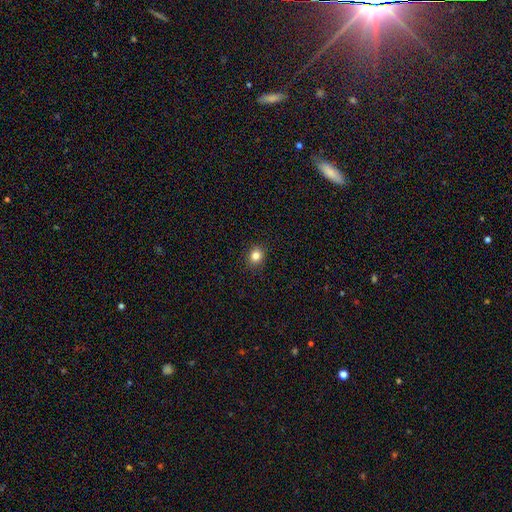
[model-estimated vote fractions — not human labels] A smooth galaxy with no disk features (83%) that is round (66%).

Vote fractions:
- Smooth or featured? smooth: 83% / star or artifact: 12% / featured or disk: 6%
- How rounded? round: 66% / in between: 33% / cigar-shaped: 1%
- Merging? none: 90% / minor disturbance: 7% / major disturbance: 2% / merger: 1%